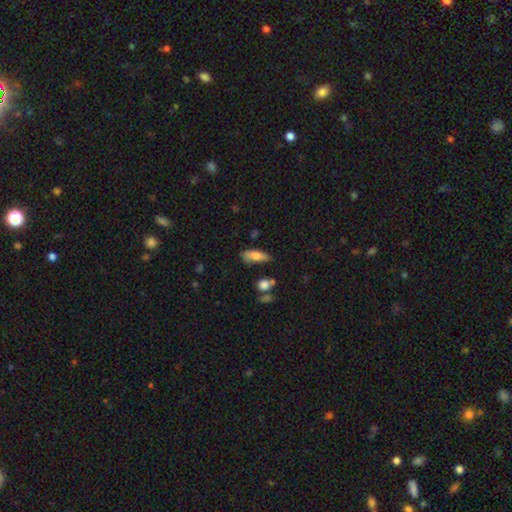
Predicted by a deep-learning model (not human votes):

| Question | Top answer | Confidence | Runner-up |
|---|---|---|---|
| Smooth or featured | smooth | 75% | featured or disk (18%) |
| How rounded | in between | 64% | cigar-shaped (33%) |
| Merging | none | 62% | minor disturbance (25%) |